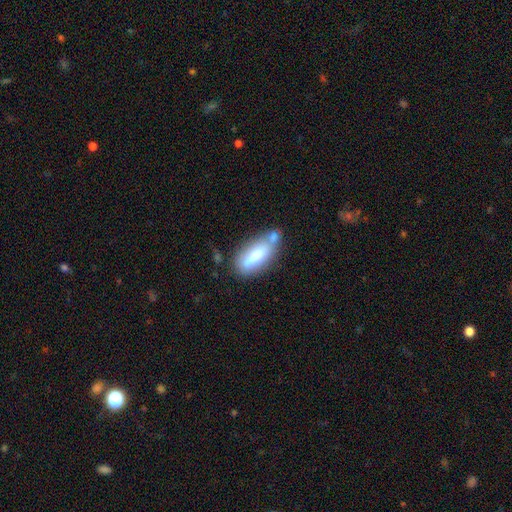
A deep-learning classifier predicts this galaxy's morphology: type=smooth (65%); roundness=in between (70%); merging=none (43%).